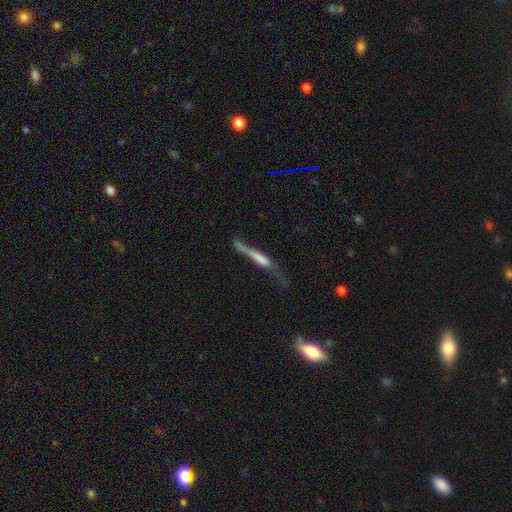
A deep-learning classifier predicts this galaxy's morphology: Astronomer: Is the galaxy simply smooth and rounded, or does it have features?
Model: featured or disk — 56% (runner-up: smooth, 34%).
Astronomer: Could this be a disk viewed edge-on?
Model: yes — 78%.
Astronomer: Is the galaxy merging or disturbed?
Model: none — 35% (runner-up: major disturbance, 33%).